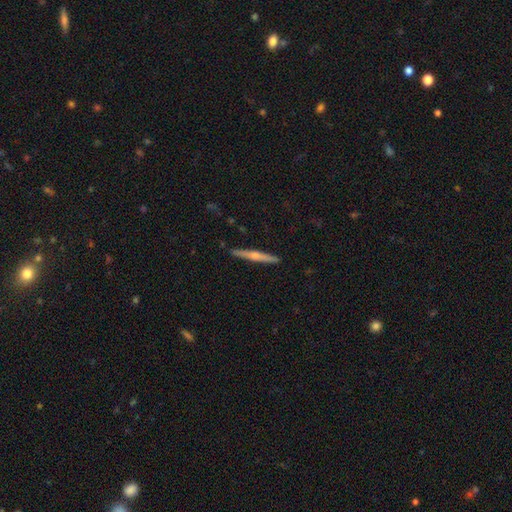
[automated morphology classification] Smooth or featured? Predicted: featured or disk (p=0.60). Edge-on disk? Predicted: yes (p=0.98). Edge-on bulge? Predicted: rounded (p=0.77). Merging? Predicted: none (p=0.92).